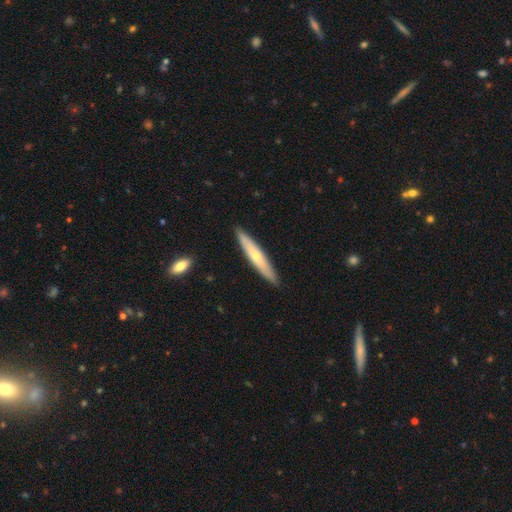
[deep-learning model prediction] smooth-or-featured: featured or disk: 50% | smooth: 45% | star or artifact: 6%
  merging: none: 90% | minor disturbance: 8% | major disturbance: 1% | merger: 1%